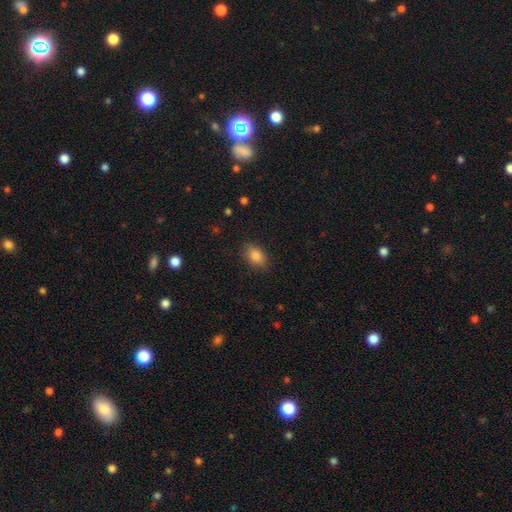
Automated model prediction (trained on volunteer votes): smooth-or-featured: smooth: 85% | star or artifact: 9% | featured or disk: 6%
  how-rounded: in between: 80% | round: 18% | cigar-shaped: 2%
  merging: none: 83% | minor disturbance: 12% | major disturbance: 3% | merger: 1%